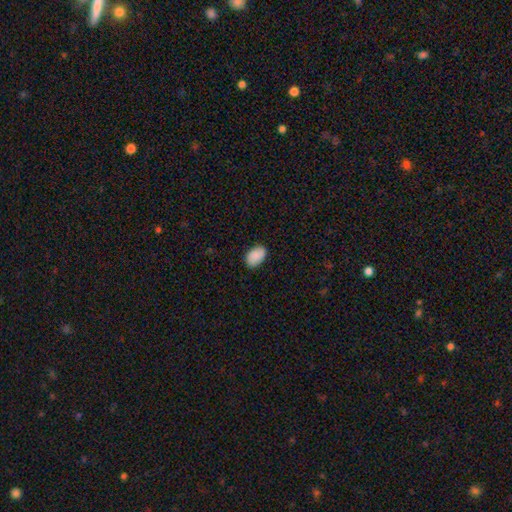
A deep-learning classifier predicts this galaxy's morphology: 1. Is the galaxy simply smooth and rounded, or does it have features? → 88% smooth, 7% star or artifact, 6% featured or disk.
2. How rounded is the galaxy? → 90% in between, 9% round, 1% cigar-shaped.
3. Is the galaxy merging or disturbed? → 84% none, 13% minor disturbance, 2% major disturbance, 1% merger.